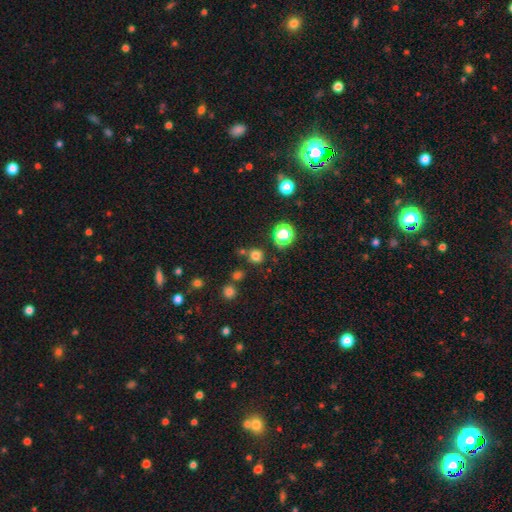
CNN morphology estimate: A smooth galaxy with no disk features (72%) that is round (87%).

Vote fractions:
- Smooth or featured? smooth: 72% / star or artifact: 22% / featured or disk: 6%
- How rounded? round: 87% / in between: 12% / cigar-shaped: 1%
- Merging? none: 75% / merger: 11% / minor disturbance: 10% / major disturbance: 4%